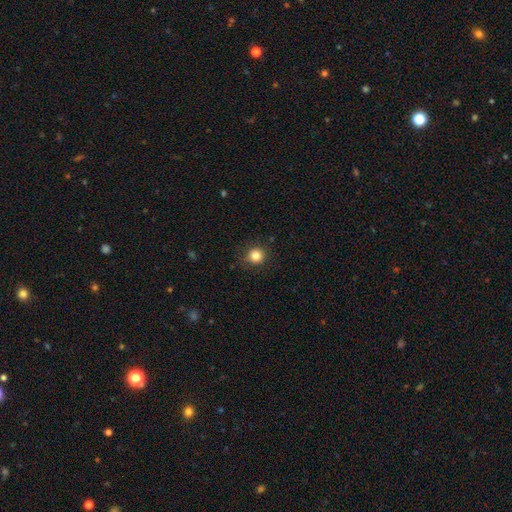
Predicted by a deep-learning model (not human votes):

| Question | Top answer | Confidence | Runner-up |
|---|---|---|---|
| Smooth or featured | smooth | 84% | star or artifact (12%) |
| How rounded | round | 91% | in between (8%) |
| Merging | none | 87% | minor disturbance (9%) |